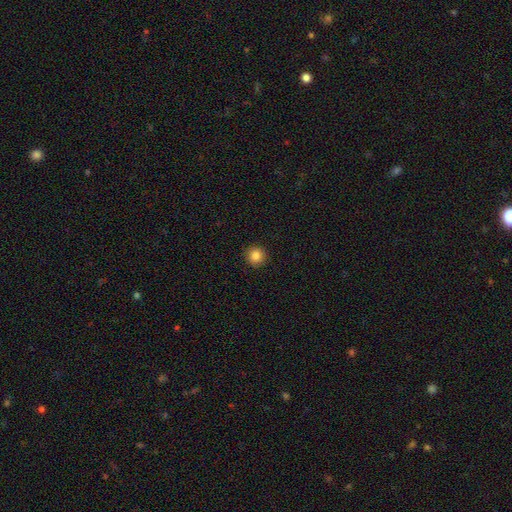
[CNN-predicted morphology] Smooth or featured? Predicted: smooth (p=0.84). How rounded? Predicted: round (p=0.95). Merging? Predicted: none (p=0.93).